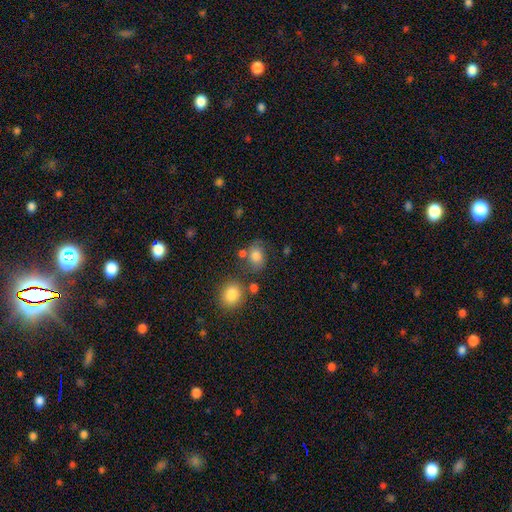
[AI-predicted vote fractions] smooth 78%, star or artifact 12%, featured or disk 10%. Down the decision tree: how rounded — round (51%); merging — none (62%).